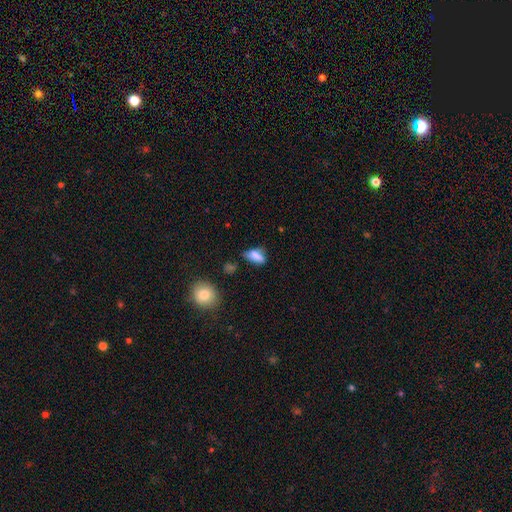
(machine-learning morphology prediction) smooth_or_featured: smooth (p=0.75) [alt: featured or disk p=0.14]
how_rounded: in between (p=0.80) [alt: cigar-shaped p=0.14]
merging: none (p=0.49) [alt: minor disturbance p=0.30]